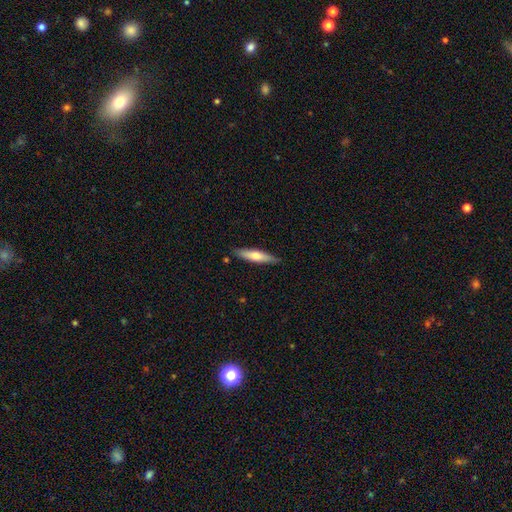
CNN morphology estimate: Smooth or featured? smooth (57%)
How rounded? cigar-shaped (81%)
Merging? none (85%)